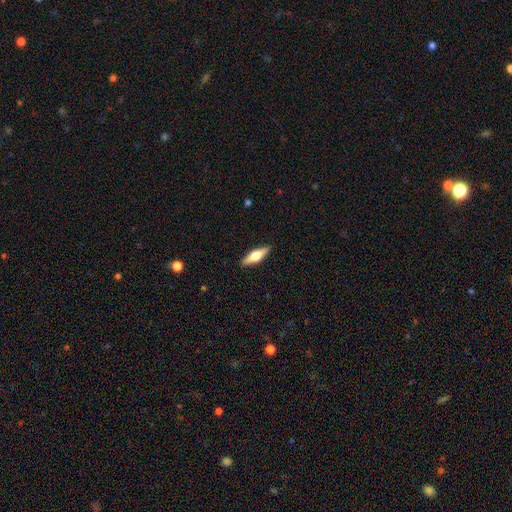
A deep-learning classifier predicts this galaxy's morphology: This appears to be a featured or disk galaxy (52%) viewed edge-on (94%). Merging: none (90%).